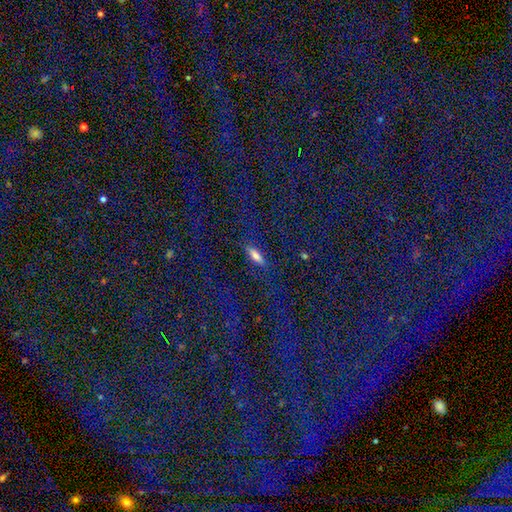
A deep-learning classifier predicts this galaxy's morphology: Overall: smooth (69%). How rounded: in between (48%; cigar-shaped 47%). Merging: none (84%).